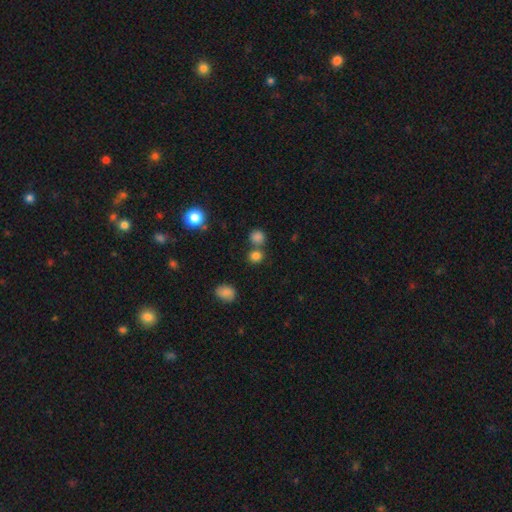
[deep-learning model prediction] Morphology: type=smooth (80%); roundness=round (82%); merging=none (61%).